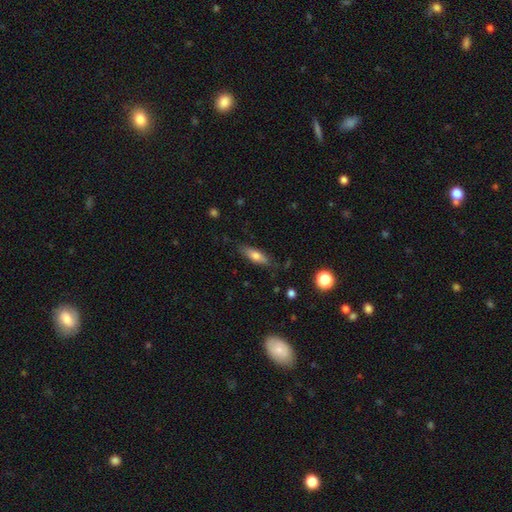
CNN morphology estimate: A smooth galaxy with no disk features (66%) that is in between round and cigar-shaped (52%).

Vote fractions:
- Smooth or featured? smooth: 66% / featured or disk: 26% / star or artifact: 7%
- How rounded? in between: 52% / cigar-shaped: 46% / round: 3%
- Merging? none: 80% / minor disturbance: 15% / major disturbance: 3% / merger: 2%